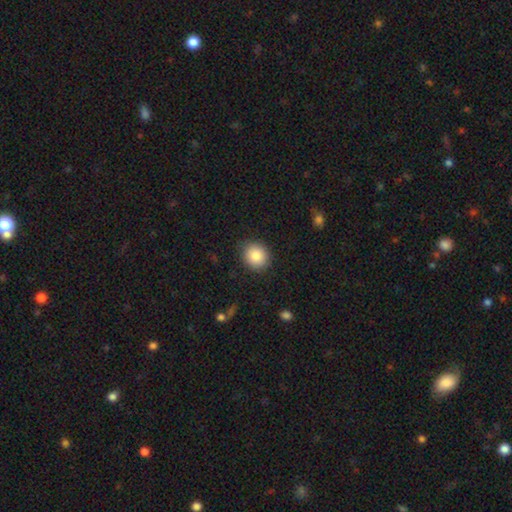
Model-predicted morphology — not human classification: smooth-or-featured: smooth: 85% | star or artifact: 8% | featured or disk: 6%
  how-rounded: round: 80% | in between: 19% | cigar-shaped: 1%
  merging: none: 89% | minor disturbance: 8% | major disturbance: 2% | merger: 1%